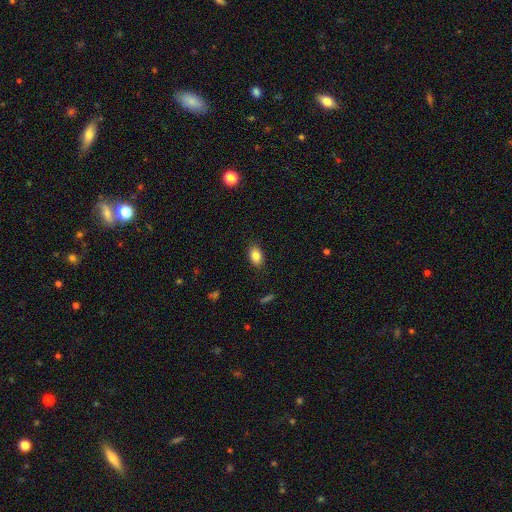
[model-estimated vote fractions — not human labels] Smooth or featured: smooth — 85% (star or artifact — 9%)
How rounded: in between — 86% (round — 12%)
Merging: none — 86% (minor disturbance — 10%)